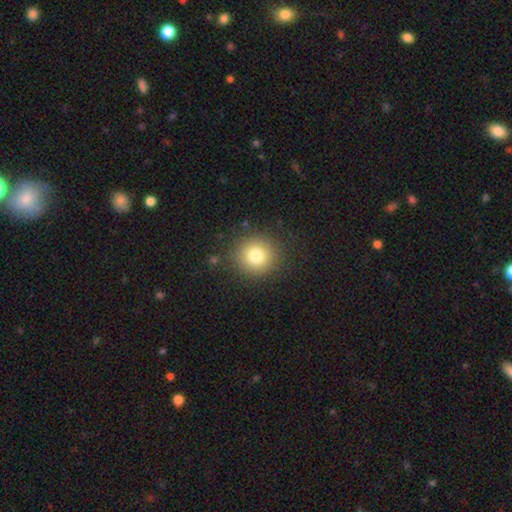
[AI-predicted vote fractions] Morphology: type=smooth (78%); roundness=round (92%); merging=none (88%).